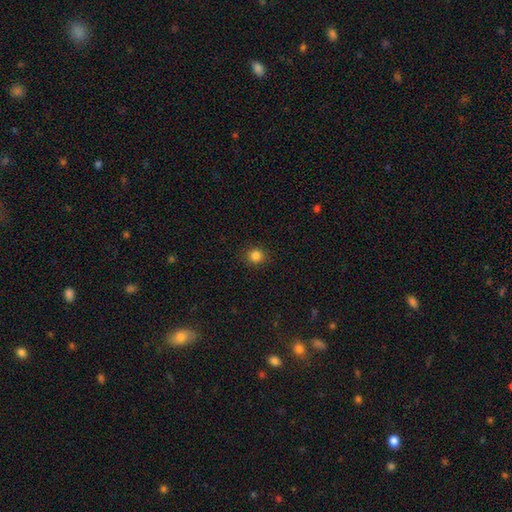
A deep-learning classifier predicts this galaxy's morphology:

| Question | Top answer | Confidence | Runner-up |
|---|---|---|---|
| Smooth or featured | smooth | 84% | star or artifact (12%) |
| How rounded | round | 88% | in between (11%) |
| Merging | none | 90% | minor disturbance (6%) |